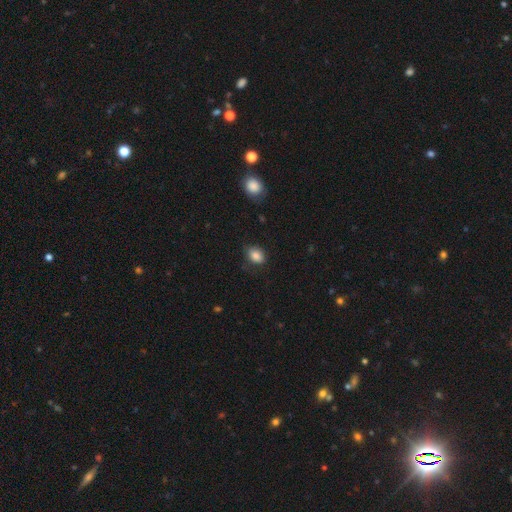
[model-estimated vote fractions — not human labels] Q: Smooth or featured?
A: smooth (85%); runner-up: star or artifact (9%)
Q: How rounded?
A: in between (69%); runner-up: round (30%)
Q: Merging?
A: none (74%); runner-up: minor disturbance (20%)